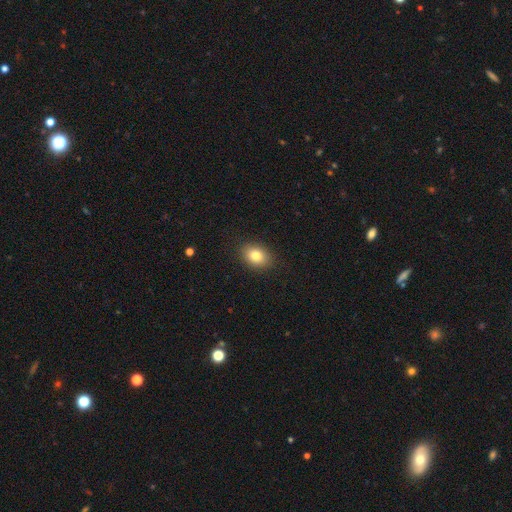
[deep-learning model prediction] Smooth or featured? Predicted: smooth (p=0.81). How rounded? Predicted: in between (p=0.70). Merging? Predicted: none (p=0.88).